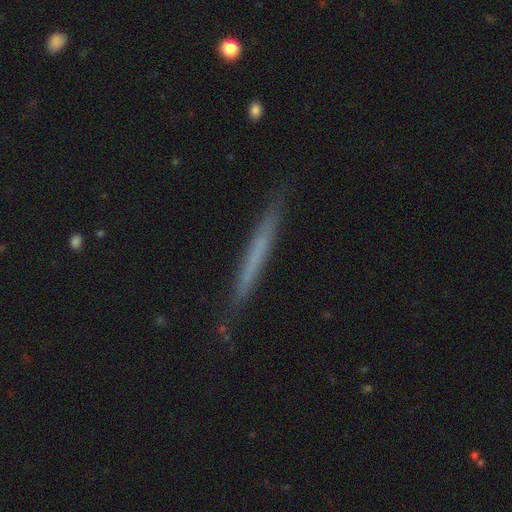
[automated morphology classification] A smooth galaxy with no disk features (47%). Merging: none (85%).